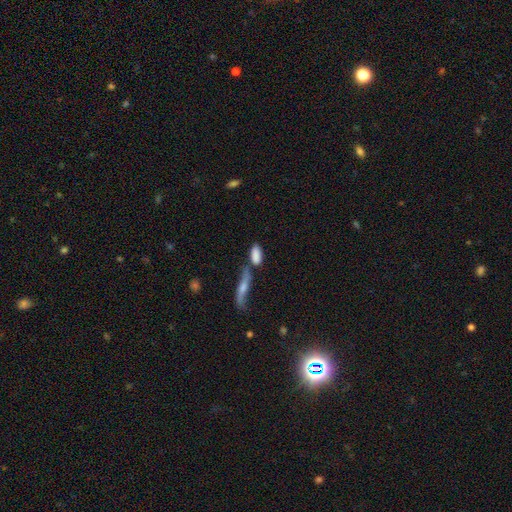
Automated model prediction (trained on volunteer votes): smooth_or_featured: smooth (p=0.81) [alt: featured or disk p=0.12]
how_rounded: in between (p=0.79) [alt: cigar-shaped p=0.18]
merging: none (p=0.45) [alt: merger p=0.35]